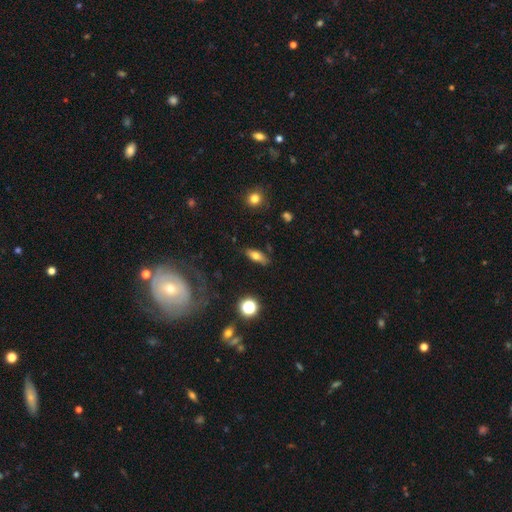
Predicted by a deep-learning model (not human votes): Q: Smooth or featured?
A: smooth (63%); runner-up: featured or disk (27%)
Q: How rounded?
A: in between (67%); runner-up: cigar-shaped (28%)
Q: Merging?
A: none (79%); runner-up: minor disturbance (15%)